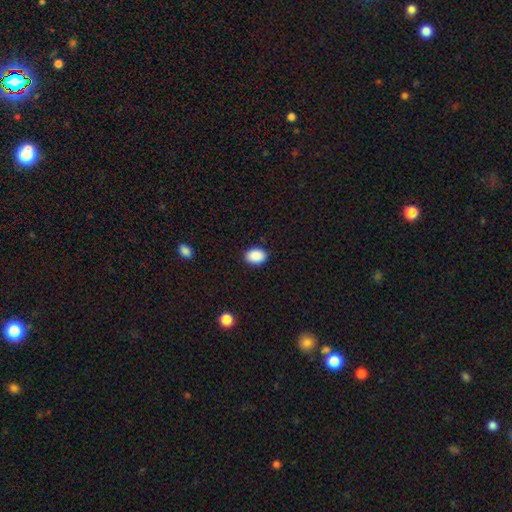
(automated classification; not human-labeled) This appears to be a smooth galaxy with no disk features (90%) that is in between round and cigar-shaped (77%). Merging: none (88%).